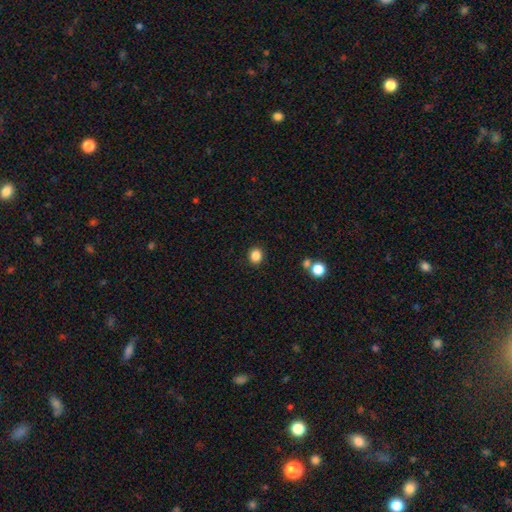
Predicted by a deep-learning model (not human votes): smooth-or-featured: smooth: 85% | star or artifact: 11% | featured or disk: 4%
  how-rounded: round: 82% | in between: 17% | cigar-shaped: 1%
  merging: none: 91% | minor disturbance: 6% | major disturbance: 2% | merger: 2%